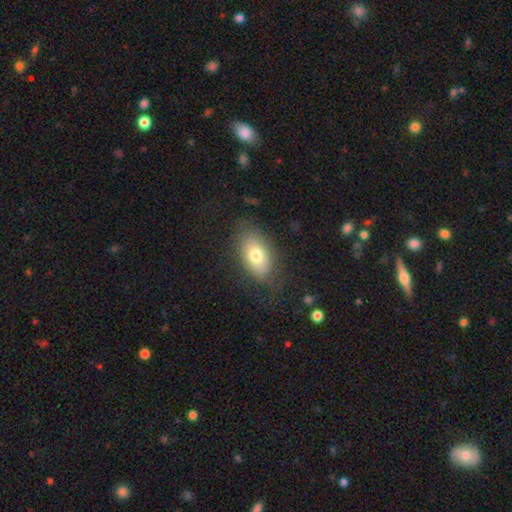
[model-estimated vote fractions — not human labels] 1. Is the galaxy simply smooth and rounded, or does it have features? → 73% smooth, 19% featured or disk, 9% star or artifact.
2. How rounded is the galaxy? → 89% in between, 8% round, 3% cigar-shaped.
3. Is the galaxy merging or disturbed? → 74% none, 17% minor disturbance, 8% major disturbance, 1% merger.